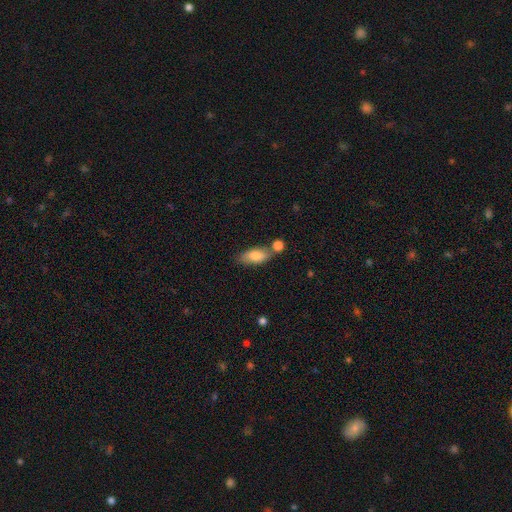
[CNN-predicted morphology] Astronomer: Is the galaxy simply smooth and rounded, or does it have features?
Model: smooth — 79%.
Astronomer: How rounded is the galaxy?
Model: in between — 81%.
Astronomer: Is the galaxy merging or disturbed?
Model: none — 60%.